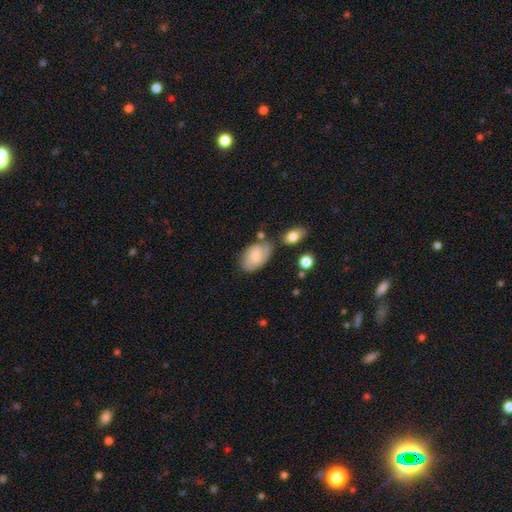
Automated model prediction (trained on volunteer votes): smooth 65%, featured or disk 28%, star or artifact 7%. Down the decision tree: how rounded — in between (92%); merging — none (57%).